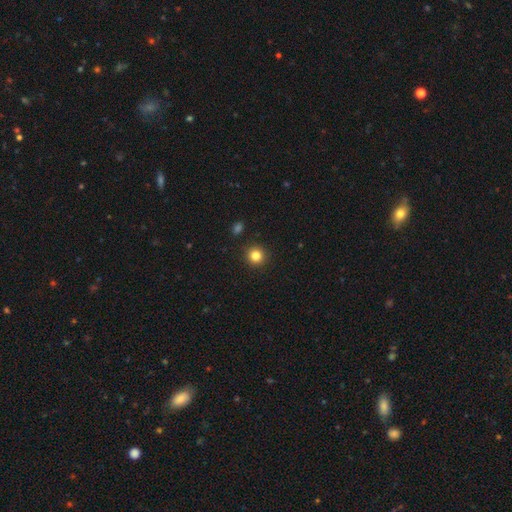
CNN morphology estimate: Smooth or featured?
  - smooth: 83% *
  - star or artifact: 12%
  - featured or disk: 5%
How rounded?
  - round: 94% *
  - in between: 5%
  - cigar-shaped: 1%
Merging?
  - none: 92% *
  - minor disturbance: 5%
  - major disturbance: 2%
  - merger: 1%